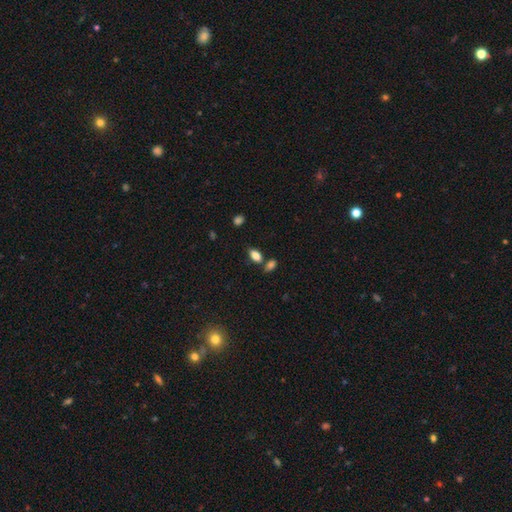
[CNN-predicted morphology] smooth 82%, star or artifact 9%, featured or disk 8%. Down the decision tree: how rounded — in between (90%); merging — none (65%).